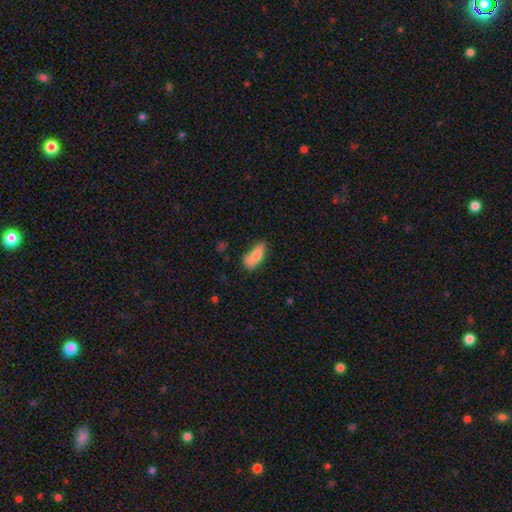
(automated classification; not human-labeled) Morphology: type=smooth (74%); roundness=in between (76%); merging=none (44%).